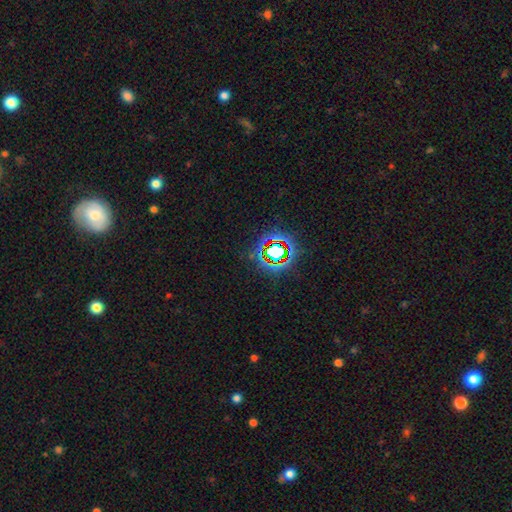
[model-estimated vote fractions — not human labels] The model was most divided on "smooth or featured": star or artifact: 75%, smooth: 13%, featured or disk: 12%.